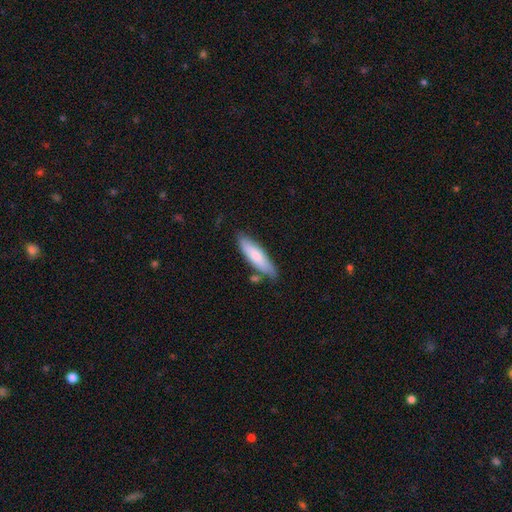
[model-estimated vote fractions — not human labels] Q: Smooth or featured?
A: smooth (73%); runner-up: featured or disk (21%)
Q: How rounded?
A: cigar-shaped (64%); runner-up: in between (35%)
Q: Merging?
A: none (74%); runner-up: minor disturbance (16%)